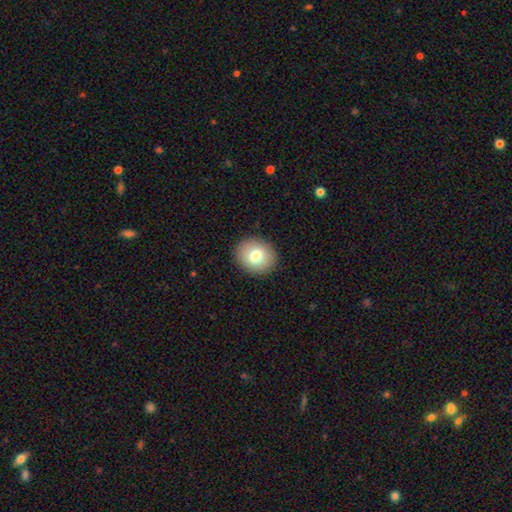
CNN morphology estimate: type=smooth (78%); roundness=round (73%); merging=none (91%).